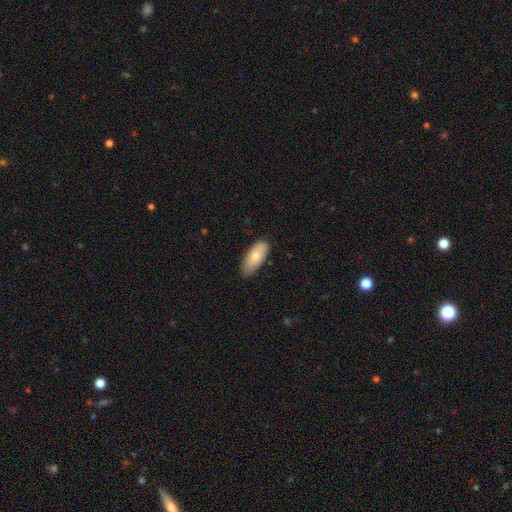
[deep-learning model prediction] This is likely a smooth galaxy (78%). How rounded: clearly in between (86%). Merging: likely none (75%).